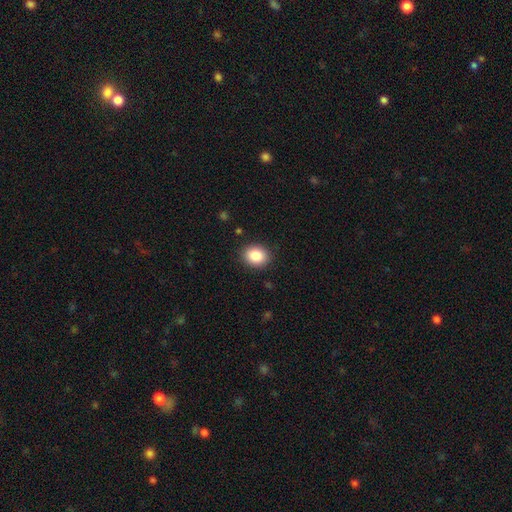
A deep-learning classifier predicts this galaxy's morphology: Smooth or featured? Predicted: smooth (p=0.86). How rounded? Predicted: round (p=0.53). Merging? Predicted: none (p=0.89).